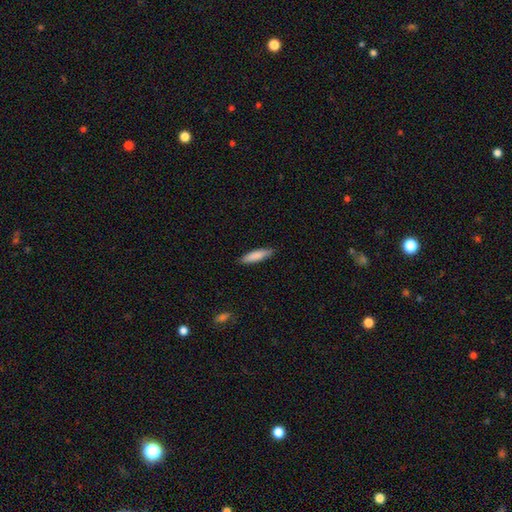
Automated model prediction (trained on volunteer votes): A smooth galaxy with no disk features (85%) that is cigar-shaped (73%).

Vote fractions:
- Smooth or featured? smooth: 85% / featured or disk: 9% / star or artifact: 5%
- How rounded? cigar-shaped: 73% / in between: 25% / round: 1%
- Merging? none: 88% / minor disturbance: 9% / major disturbance: 2% / merger: 1%